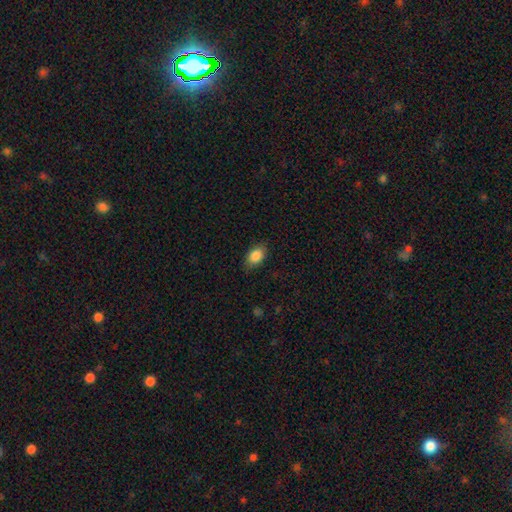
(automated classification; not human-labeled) This is clearly a smooth galaxy (86%). How rounded: clearly in between (87%). Merging: clearly none (83%).